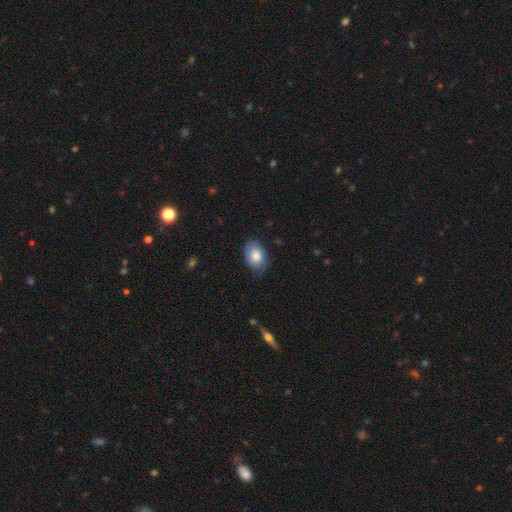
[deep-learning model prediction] This is clearly a smooth galaxy (81%). How rounded: clearly in between (85%). Merging: likely none (75%).